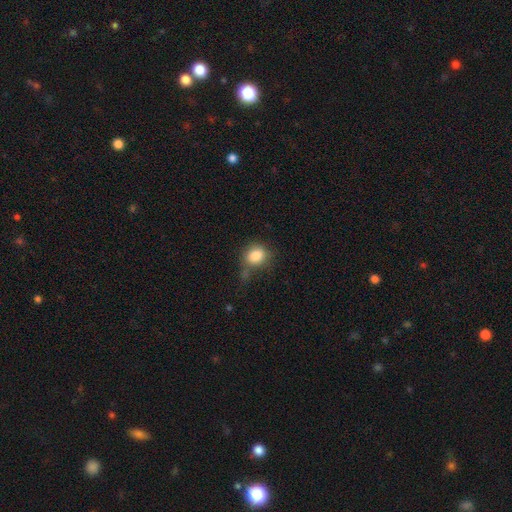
Smooth or featured: smooth — 81% (featured or disk — 14%)
How rounded: round — 70% (in between — 30%)
Merging: none — 43% (minor disturbance — 29%)